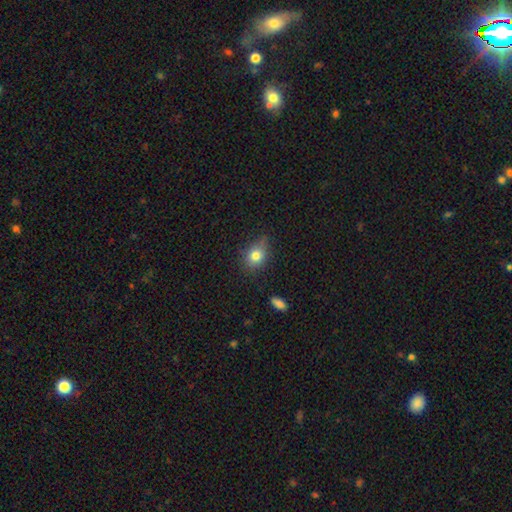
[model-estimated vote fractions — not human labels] Smooth or featured? smooth (78%)
How rounded? round (50%)
Merging? none (67%)